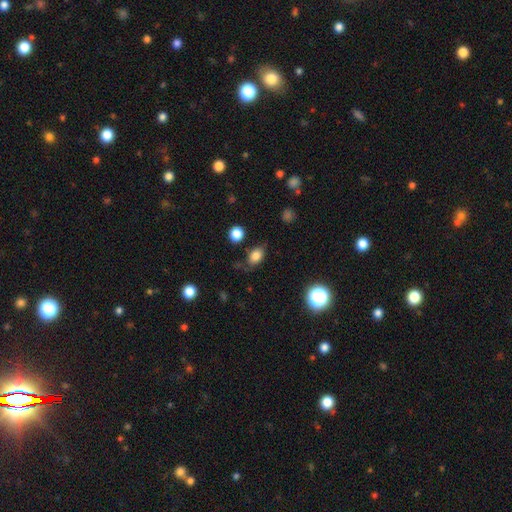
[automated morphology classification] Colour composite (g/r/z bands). It shows a smooth galaxy with no disk features (80%) that is in between round and cigar-shaped (75%). Merging: none (73%).